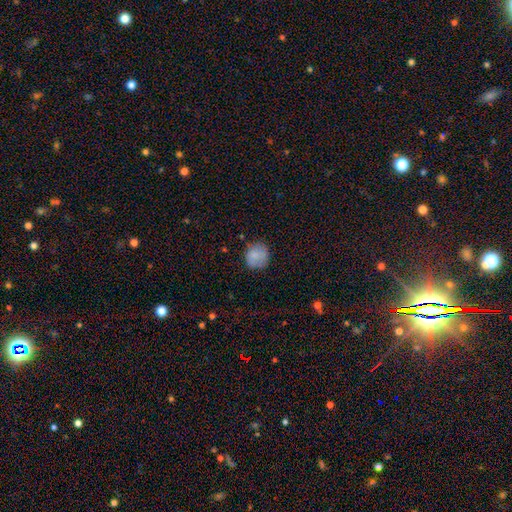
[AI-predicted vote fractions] Smooth or featured? smooth (80%)
How rounded? round (82%)
Merging? none (72%)